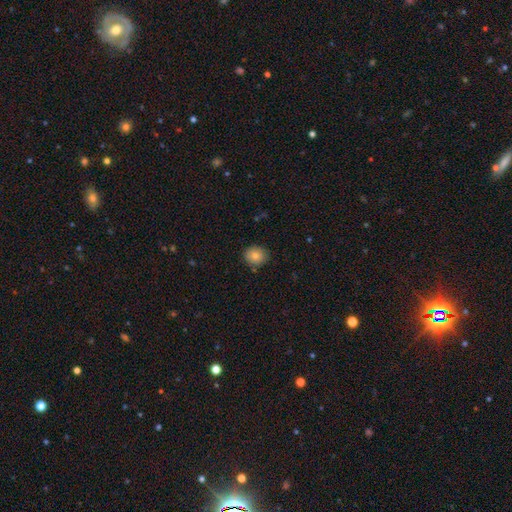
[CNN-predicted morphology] Q: Smooth or featured?
A: smooth (82%); runner-up: star or artifact (9%)
Q: How rounded?
A: round (77%); runner-up: in between (22%)
Q: Merging?
A: none (86%); runner-up: minor disturbance (10%)